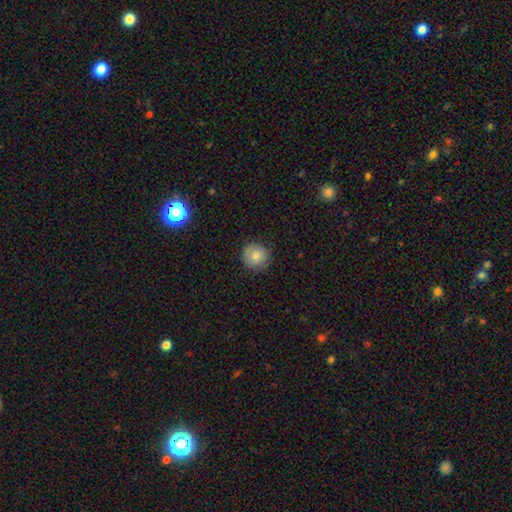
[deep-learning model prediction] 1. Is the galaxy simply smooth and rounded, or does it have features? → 81% smooth, 10% star or artifact, 10% featured or disk.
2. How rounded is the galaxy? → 94% round, 5% in between, 1% cigar-shaped.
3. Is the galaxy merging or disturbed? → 87% none, 10% minor disturbance, 2% major disturbance, 1% merger.